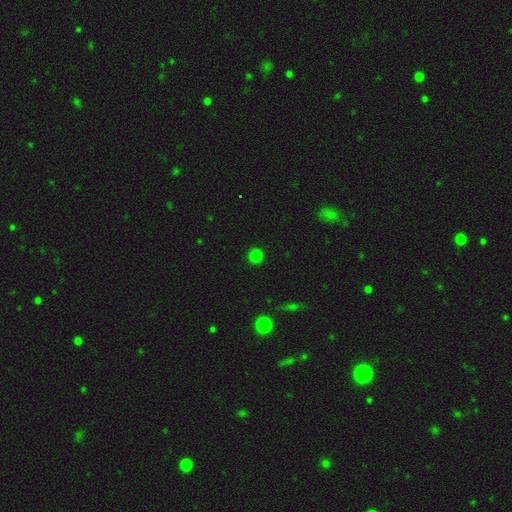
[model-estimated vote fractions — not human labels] Smooth or featured? smooth (80%)
How rounded? round (95%)
Merging? none (92%)